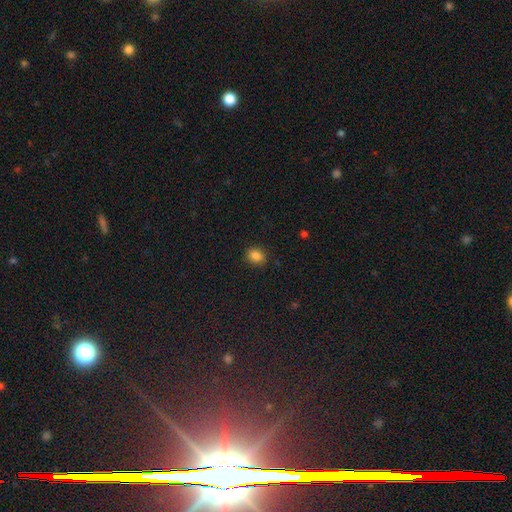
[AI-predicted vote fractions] Q: Smooth or featured?
A: smooth (84%); runner-up: star or artifact (11%)
Q: How rounded?
A: round (52%); runner-up: in between (47%)
Q: Merging?
A: none (87%); runner-up: minor disturbance (10%)